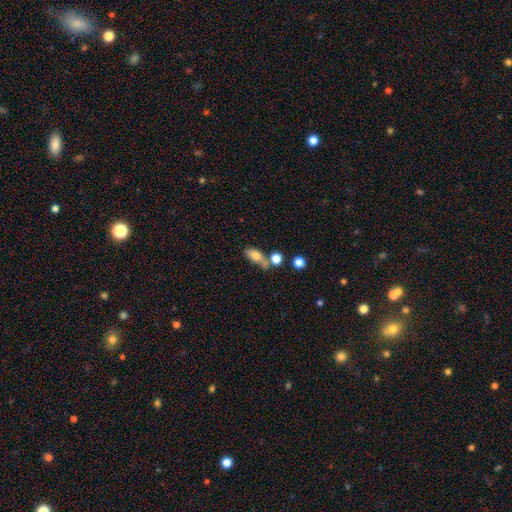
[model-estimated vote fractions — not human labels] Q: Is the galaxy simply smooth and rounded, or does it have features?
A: smooth — 74%.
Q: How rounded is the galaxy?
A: in between — 80%.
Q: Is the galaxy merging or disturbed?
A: none — 42%.